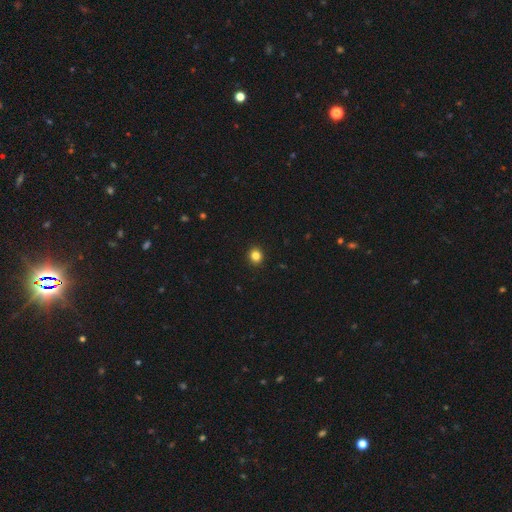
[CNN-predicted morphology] A smooth galaxy with no disk features (84%) that is round (86%).

Vote fractions:
- Smooth or featured? smooth: 84% / star or artifact: 12% / featured or disk: 4%
- How rounded? round: 86% / in between: 13% / cigar-shaped: 1%
- Merging? none: 93% / minor disturbance: 5% / major disturbance: 1% / merger: 1%